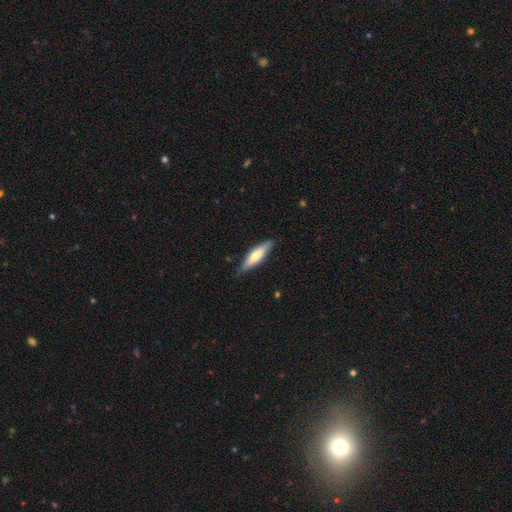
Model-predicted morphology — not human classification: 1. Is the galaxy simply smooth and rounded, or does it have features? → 59% smooth, 36% featured or disk, 5% star or artifact.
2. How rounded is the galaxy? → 72% cigar-shaped, 26% in between, 1% round.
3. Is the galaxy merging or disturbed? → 83% none, 13% minor disturbance, 2% major disturbance, 1% merger.